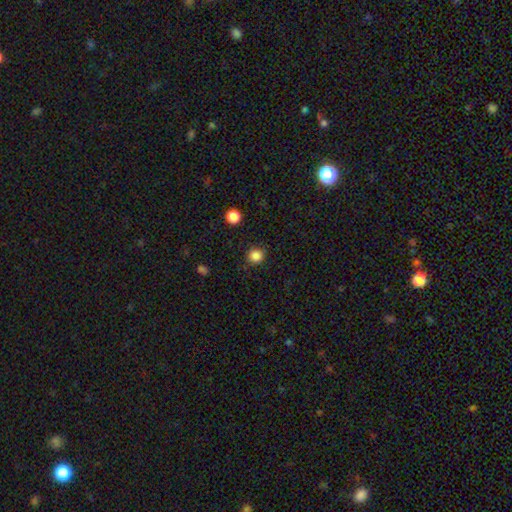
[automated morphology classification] Smooth or featured: smooth — 85% (star or artifact — 12%)
How rounded: round — 91% (in between — 8%)
Merging: none — 88% (minor disturbance — 8%)